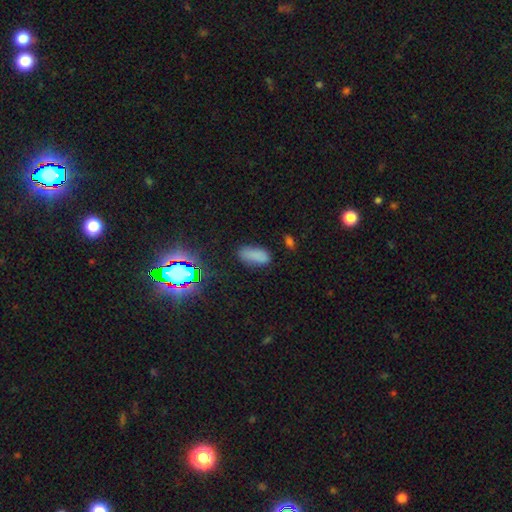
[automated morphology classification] A smooth galaxy with no disk features (78%) that is in between round and cigar-shaped (85%).

Vote fractions:
- Smooth or featured? smooth: 78% / star or artifact: 15% / featured or disk: 7%
- How rounded? in between: 85% / cigar-shaped: 12% / round: 3%
- Merging? none: 74% / minor disturbance: 18% / major disturbance: 5% / merger: 3%